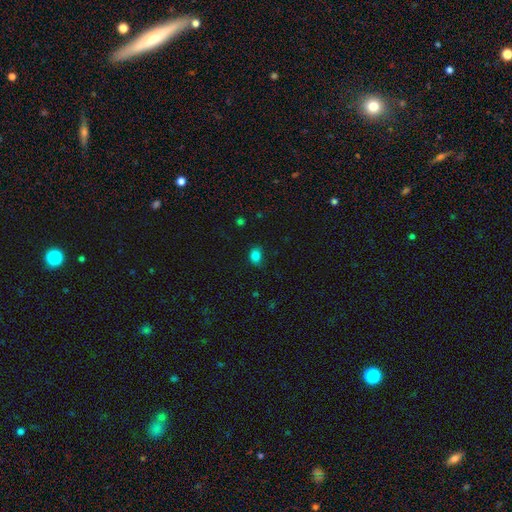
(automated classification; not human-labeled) This is clearly a smooth galaxy (83%). How rounded: likely in between (60%). Merging: likely none (77%).